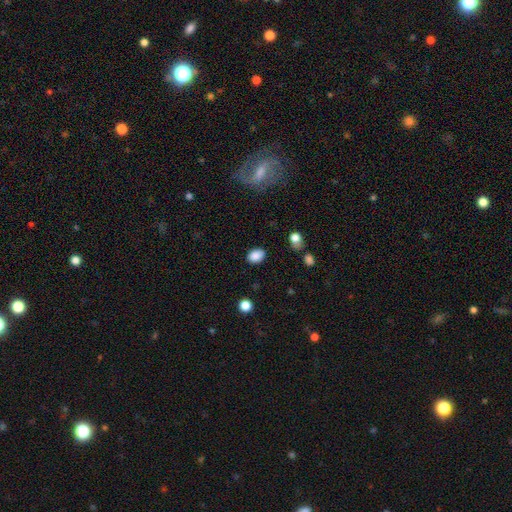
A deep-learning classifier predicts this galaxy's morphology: Q: Smooth or featured?
A: smooth (87%); runner-up: star or artifact (9%)
Q: How rounded?
A: in between (72%); runner-up: round (27%)
Q: Merging?
A: none (84%); runner-up: minor disturbance (11%)